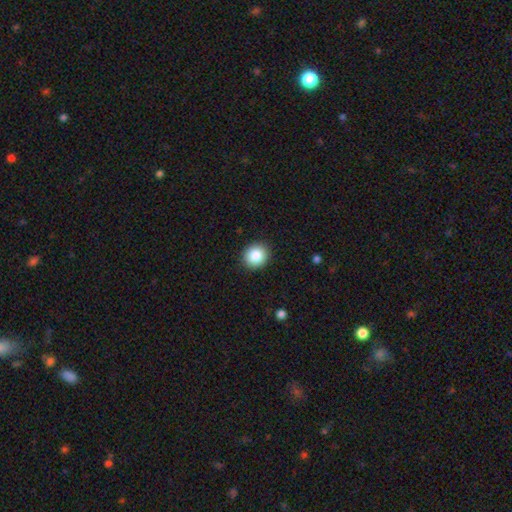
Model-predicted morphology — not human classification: This appears to be a smooth galaxy with no disk features (85%) that is round (87%). Merging: none (92%).